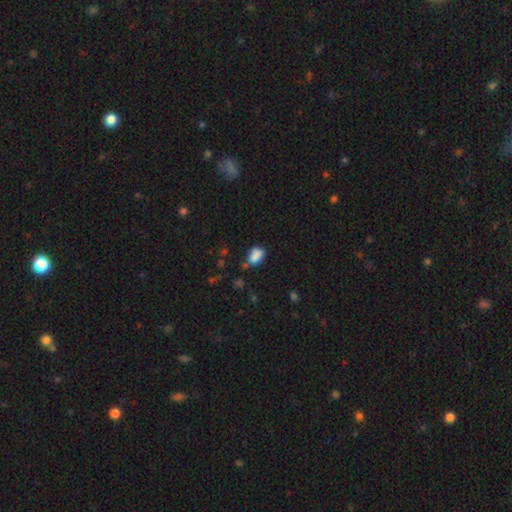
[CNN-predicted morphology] smooth 81%, star or artifact 11%, featured or disk 8%. Down the decision tree: how rounded — in between (79%); merging — none (54%).